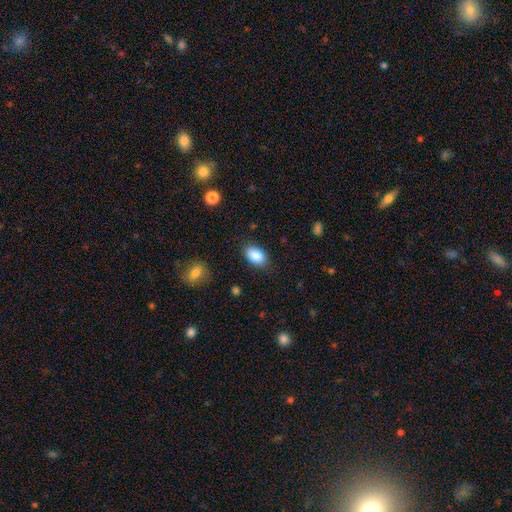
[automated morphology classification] type=smooth (87%); roundness=in between (91%); merging=none (85%).